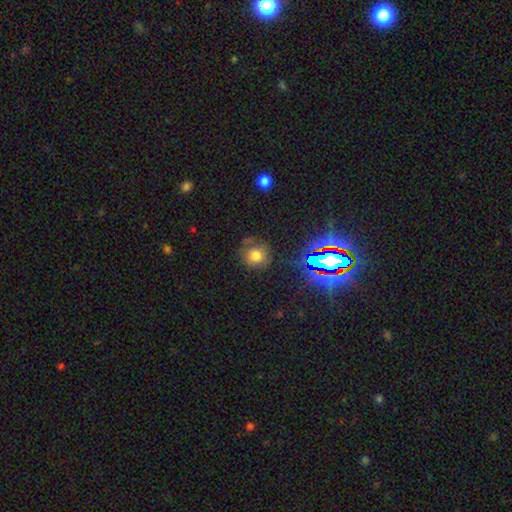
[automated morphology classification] Smooth or featured?
  - smooth: 68% *
  - star or artifact: 20%
  - featured or disk: 11%
How rounded?
  - round: 86% *
  - in between: 13%
  - cigar-shaped: 1%
Merging?
  - none: 70% *
  - minor disturbance: 18%
  - major disturbance: 9%
  - merger: 3%